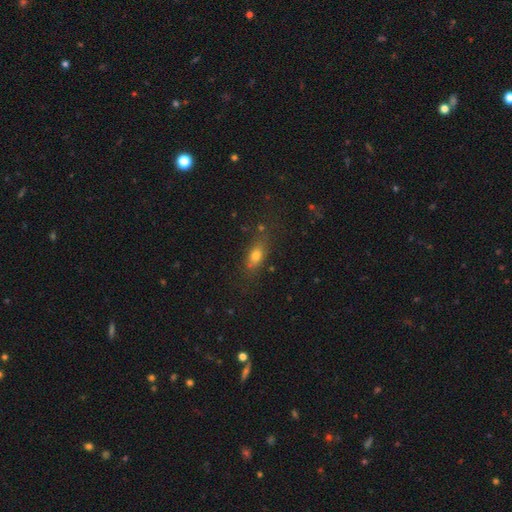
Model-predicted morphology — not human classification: Smooth or featured: smooth — 72% (featured or disk — 16%)
How rounded: in between — 70% (cigar-shaped — 19%)
Merging: none — 72% (minor disturbance — 18%)